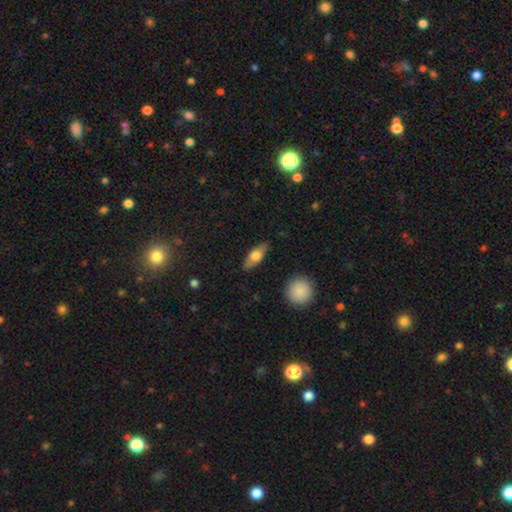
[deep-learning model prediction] Q: Smooth or featured?
A: smooth (59%); runner-up: featured or disk (35%)
Q: How rounded?
A: in between (65%); runner-up: cigar-shaped (31%)
Q: Merging?
A: none (84%); runner-up: minor disturbance (12%)